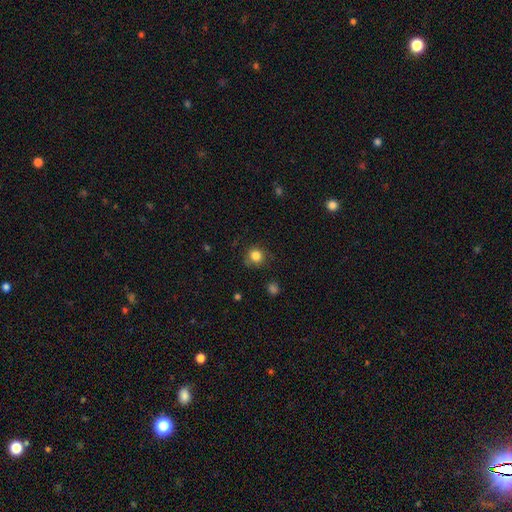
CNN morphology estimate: smooth-or-featured: smooth: 83% | star or artifact: 12% | featured or disk: 5%
  how-rounded: round: 89% | in between: 10% | cigar-shaped: 1%
  merging: none: 80% | minor disturbance: 15% | major disturbance: 4% | merger: 2%